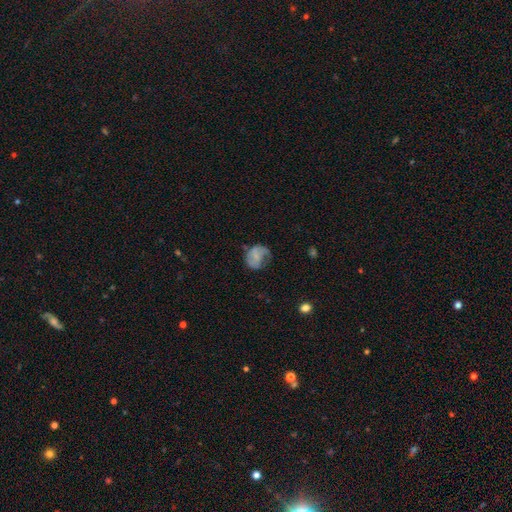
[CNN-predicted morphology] Smooth or featured: smooth — 55% (featured or disk — 36%)
How rounded: round — 53% (in between — 46%)
Merging: none — 35% (minor disturbance — 31%)